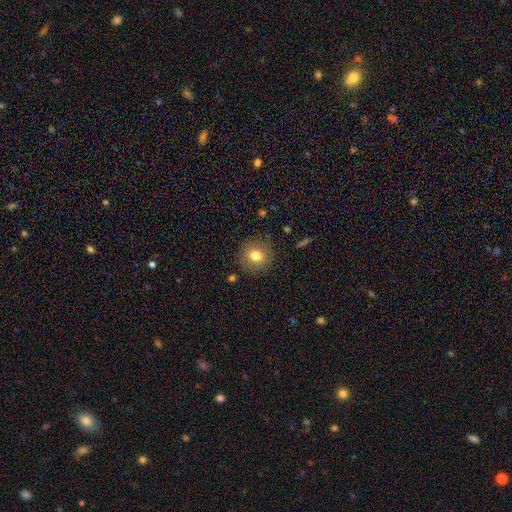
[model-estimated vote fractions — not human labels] Smooth or featured?
  - smooth: 77% *
  - featured or disk: 13%
  - star or artifact: 10%
How rounded?
  - round: 87% *
  - in between: 12%
  - cigar-shaped: 1%
Merging?
  - none: 87% *
  - minor disturbance: 9%
  - major disturbance: 3%
  - merger: 1%